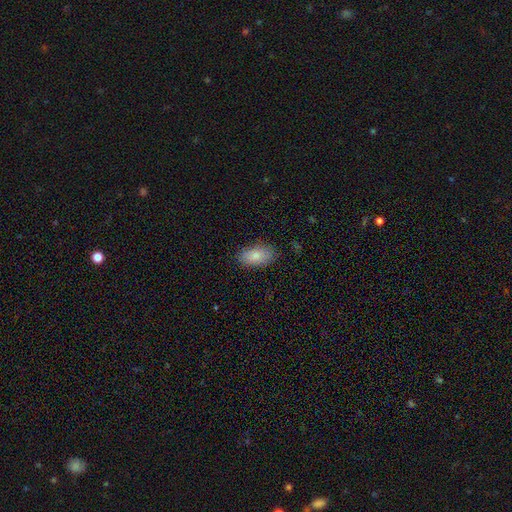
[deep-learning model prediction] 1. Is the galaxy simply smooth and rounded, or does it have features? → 85% smooth, 8% featured or disk, 7% star or artifact.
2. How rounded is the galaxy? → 94% in between, 4% round, 2% cigar-shaped.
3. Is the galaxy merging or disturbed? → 83% none, 13% minor disturbance, 3% major disturbance, 1% merger.